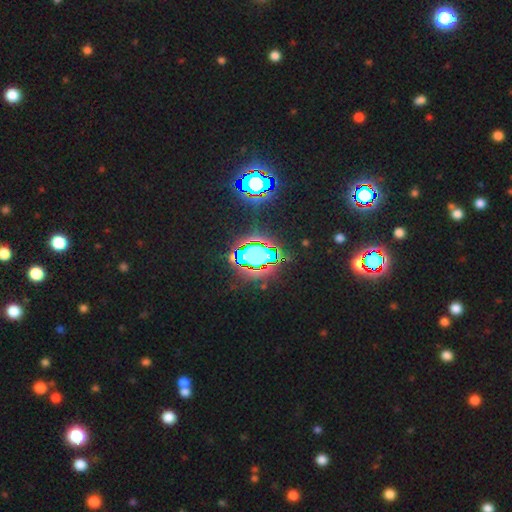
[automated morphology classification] The model was most divided on "smooth or featured": star or artifact: 65%, smooth: 21%, featured or disk: 15%.